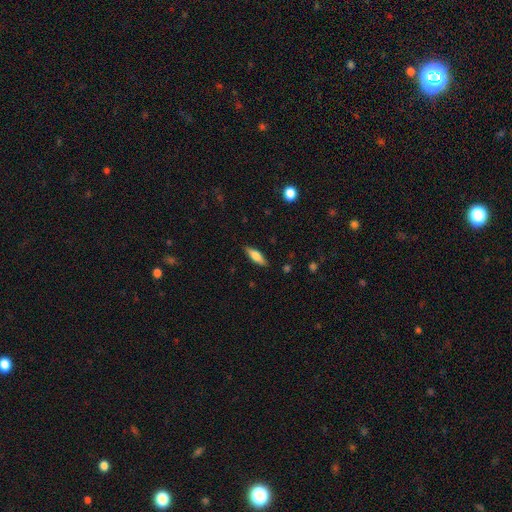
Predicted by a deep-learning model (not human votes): This appears to be a smooth galaxy with no disk features (65%) that is in between round and cigar-shaped (51%). Merging: none (87%).